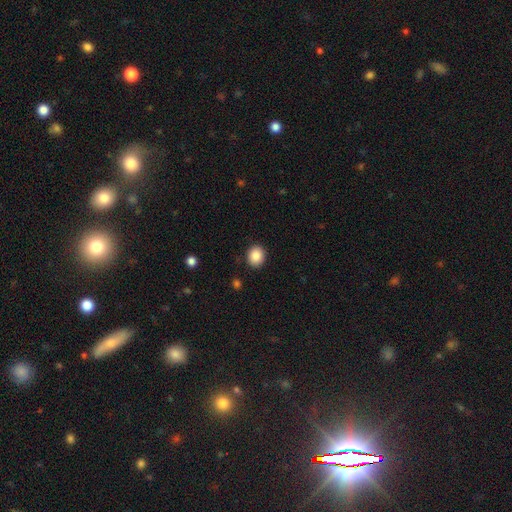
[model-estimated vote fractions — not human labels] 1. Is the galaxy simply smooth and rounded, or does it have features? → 87% smooth, 9% star or artifact, 5% featured or disk.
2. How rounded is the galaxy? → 67% round, 33% in between, 1% cigar-shaped.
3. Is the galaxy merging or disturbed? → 90% none, 7% minor disturbance, 2% major disturbance, 1% merger.